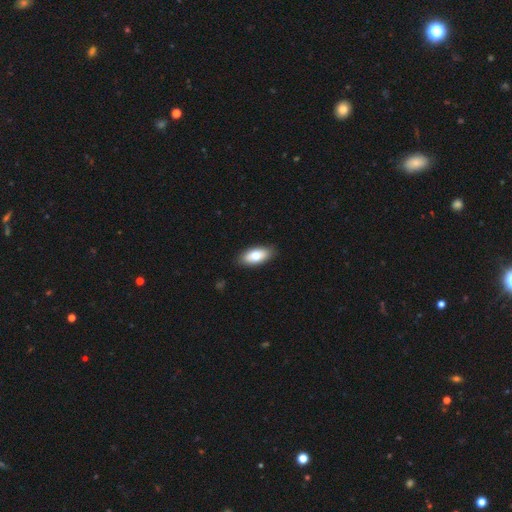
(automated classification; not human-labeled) Morphology: type=smooth (72%); roundness=in between (89%); merging=none (88%).